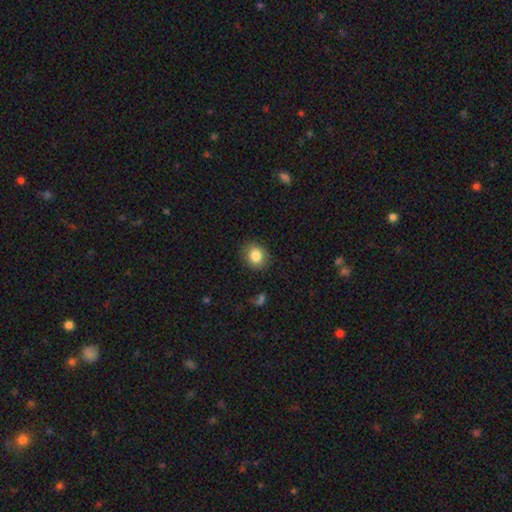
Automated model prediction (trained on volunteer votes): Smooth or featured?
  - smooth: 84% *
  - star or artifact: 10%
  - featured or disk: 6%
How rounded?
  - round: 64% *
  - in between: 36%
  - cigar-shaped: 1%
Merging?
  - none: 82% *
  - minor disturbance: 13%
  - major disturbance: 3%
  - merger: 1%